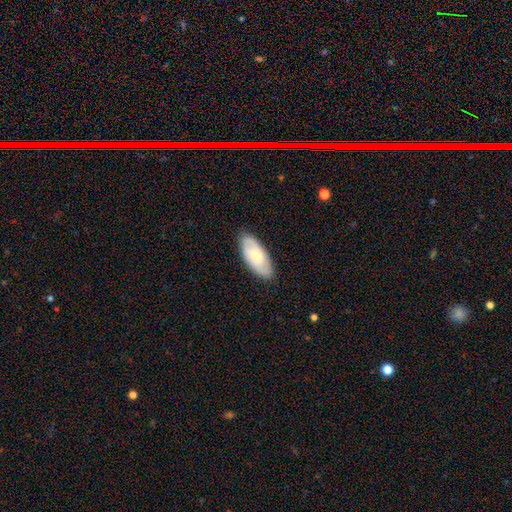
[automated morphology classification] smooth-or-featured: smooth: 61% | featured or disk: 33% | star or artifact: 6%
  how-rounded: in between: 90% | cigar-shaped: 8% | round: 2%
  merging: none: 84% | minor disturbance: 12% | major disturbance: 2% | merger: 1%